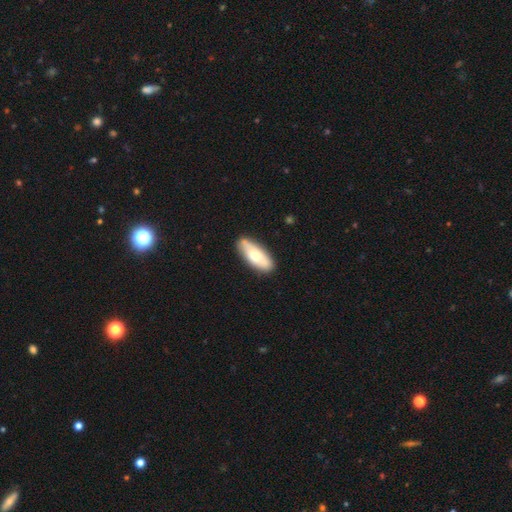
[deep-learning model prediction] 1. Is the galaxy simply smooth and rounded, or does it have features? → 63% smooth, 32% featured or disk, 5% star or artifact.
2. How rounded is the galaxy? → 73% in between, 25% cigar-shaped, 2% round.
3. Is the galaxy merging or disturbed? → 80% none, 15% minor disturbance, 3% major disturbance, 2% merger.